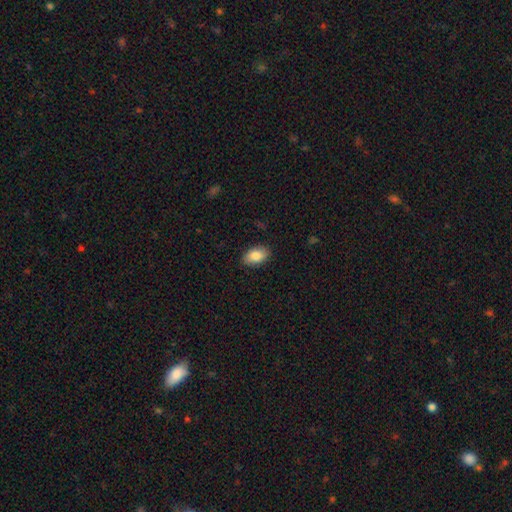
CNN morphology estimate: Smooth or featured? Predicted: smooth (p=0.86). How rounded? Predicted: in between (p=0.92). Merging? Predicted: none (p=0.87).